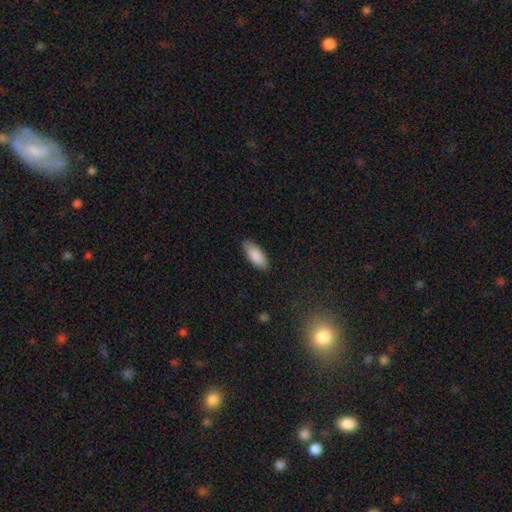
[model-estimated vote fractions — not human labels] Smooth or featured? smooth (89%)
How rounded? in between (83%)
Merging? none (85%)